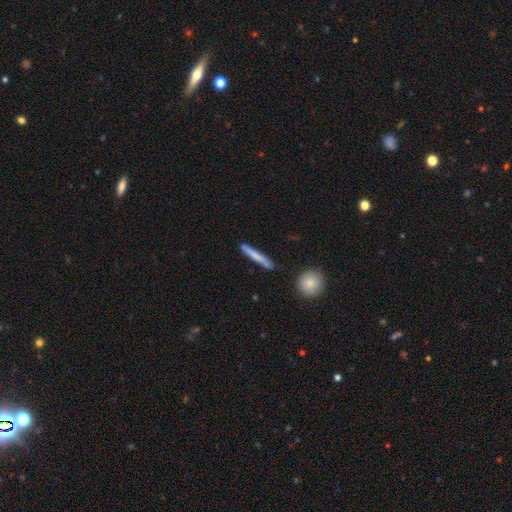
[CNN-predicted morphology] smooth_or_featured: smooth (p=0.67) [alt: featured or disk p=0.28]
how_rounded: cigar-shaped (p=0.94) [alt: in between p=0.04]
merging: none (p=0.84) [alt: minor disturbance p=0.10]